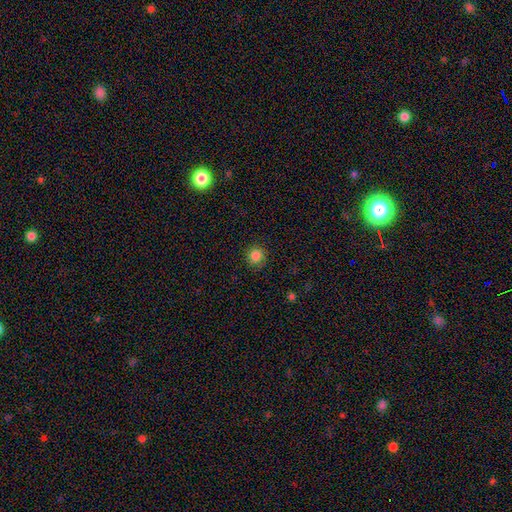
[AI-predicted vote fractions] smooth 85%, star or artifact 12%, featured or disk 4%. Down the decision tree: how rounded — round (92%); merging — none (89%).